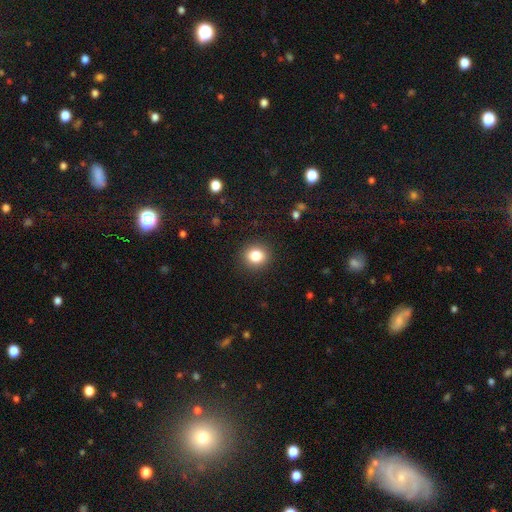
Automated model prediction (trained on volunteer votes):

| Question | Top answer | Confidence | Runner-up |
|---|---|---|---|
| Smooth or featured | smooth | 83% | star or artifact (11%) |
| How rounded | round | 81% | in between (18%) |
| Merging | none | 91% | minor disturbance (6%) |